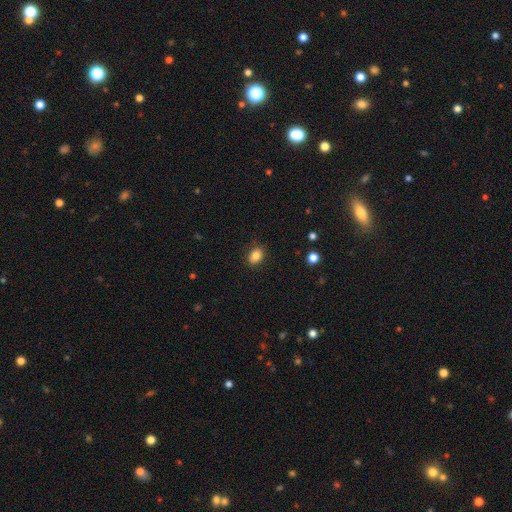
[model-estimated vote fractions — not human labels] The model was most divided on "how rounded": in between: 71%, round: 28%, cigar-shaped: 1%. More confident: merging — none (85%); smooth or featured — smooth (85%).